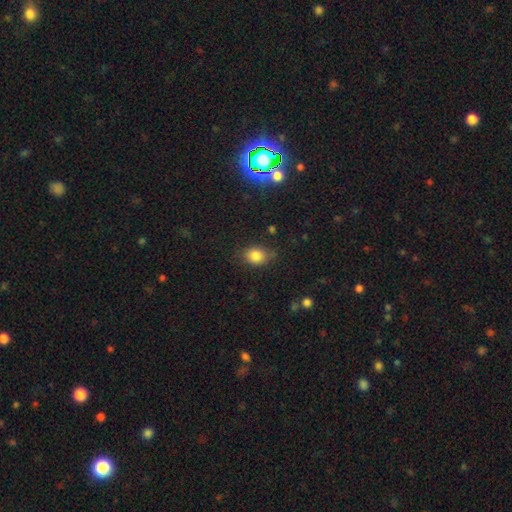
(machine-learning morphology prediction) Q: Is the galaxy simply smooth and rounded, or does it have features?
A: smooth — 83%.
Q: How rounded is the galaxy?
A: in between — 52%.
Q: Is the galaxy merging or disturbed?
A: none — 75%.